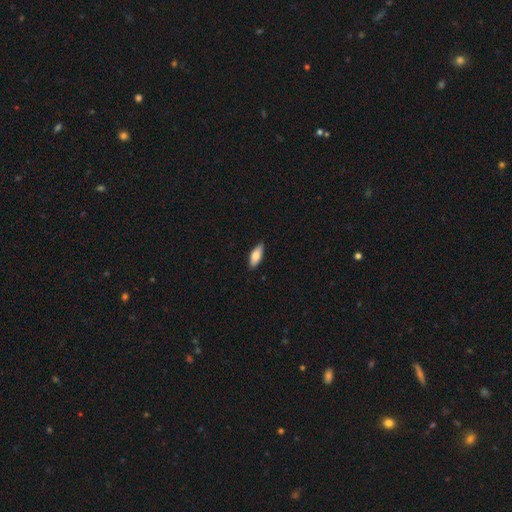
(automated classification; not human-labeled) Smooth or featured?
  - smooth: 79% *
  - featured or disk: 15%
  - star or artifact: 6%
How rounded?
  - in between: 75% *
  - cigar-shaped: 23%
  - round: 2%
Merging?
  - none: 86% *
  - minor disturbance: 11%
  - major disturbance: 2%
  - merger: 1%